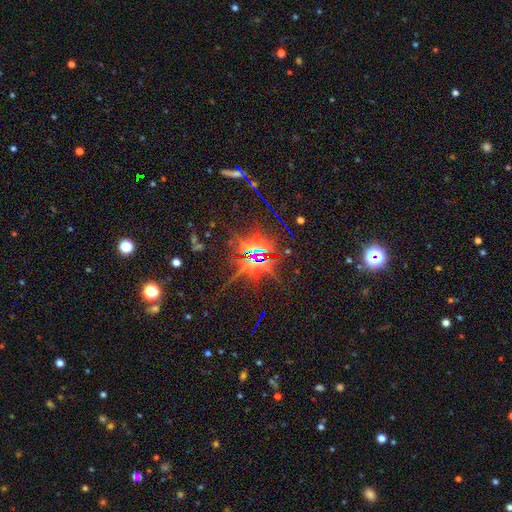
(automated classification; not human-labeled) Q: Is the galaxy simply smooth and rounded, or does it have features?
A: star or artifact — 83%.